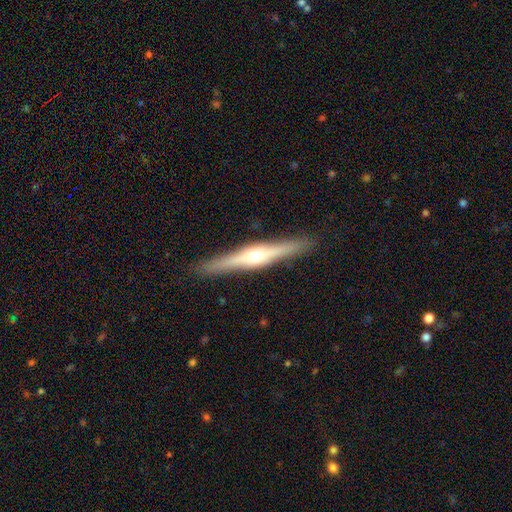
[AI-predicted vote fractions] Q: Smooth or featured?
A: featured or disk (73%); runner-up: smooth (22%)
Q: Edge-on disk?
A: yes (97%); runner-up: no (3%)
Q: Edge-on bulge?
A: rounded (89%); runner-up: boxy (6%)
Q: Merging?
A: none (90%); runner-up: minor disturbance (7%)